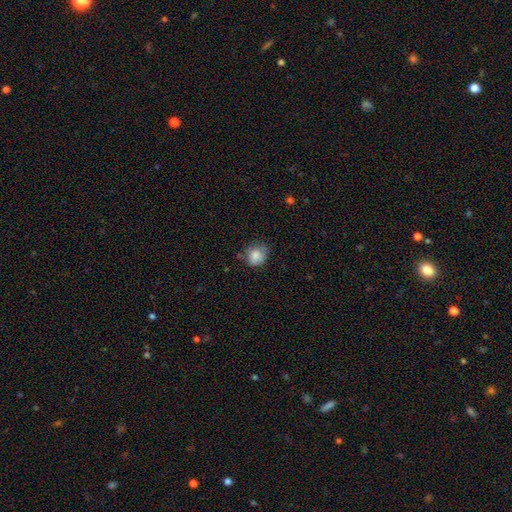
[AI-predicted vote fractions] Smooth or featured?
  - smooth: 83% *
  - star or artifact: 9%
  - featured or disk: 9%
How rounded?
  - round: 71% *
  - in between: 28%
  - cigar-shaped: 1%
Merging?
  - none: 63% *
  - minor disturbance: 28%
  - major disturbance: 7%
  - merger: 3%